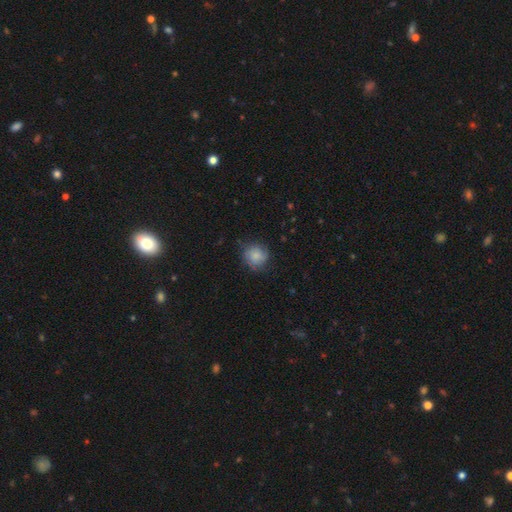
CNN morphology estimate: Smooth or featured?
  - smooth: 74% *
  - featured or disk: 18%
  - star or artifact: 8%
How rounded?
  - round: 88% *
  - in between: 11%
  - cigar-shaped: 1%
Merging?
  - none: 73% *
  - minor disturbance: 20%
  - major disturbance: 6%
  - merger: 1%